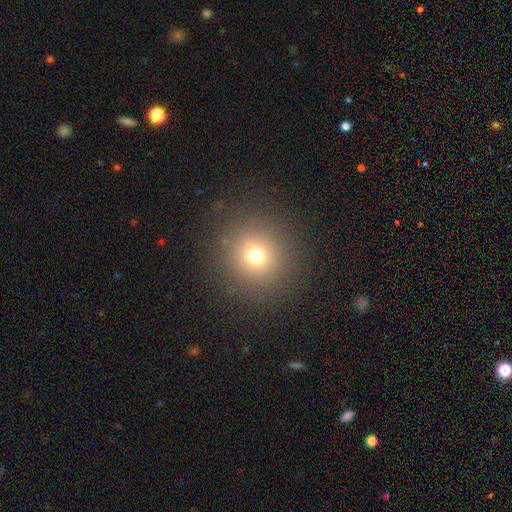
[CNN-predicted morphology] A smooth galaxy with no disk features (71%) that is round (93%). Merging: none (88%).